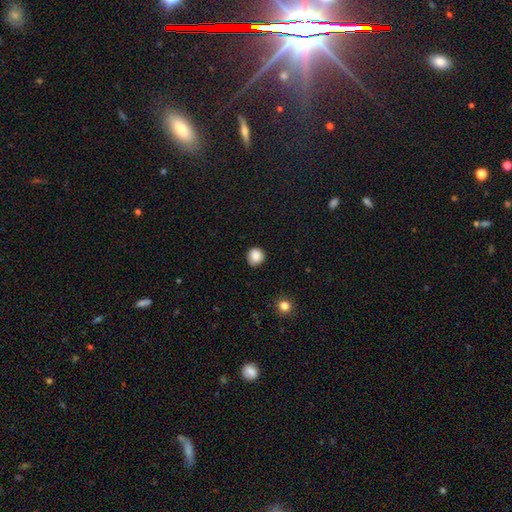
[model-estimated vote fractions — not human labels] smooth_or_featured: smooth (p=0.87) [alt: star or artifact p=0.10]
how_rounded: round (p=0.90) [alt: in between p=0.09]
merging: none (p=0.84) [alt: minor disturbance p=0.12]